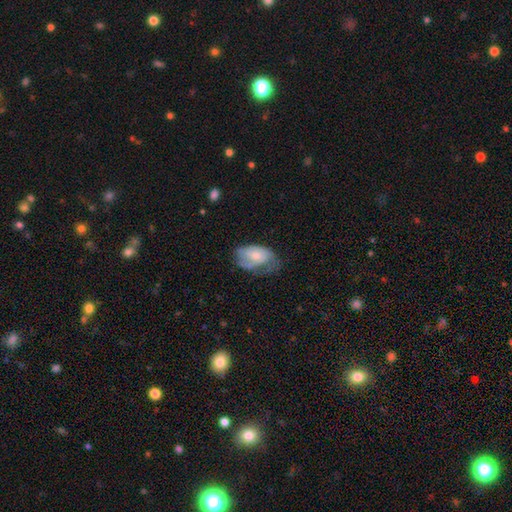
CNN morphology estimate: The model was most divided on "merging": none: 38%, minor disturbance: 34%, major disturbance: 26%, merger: 2%. Remaining: smooth or featured — featured or disk (49%).